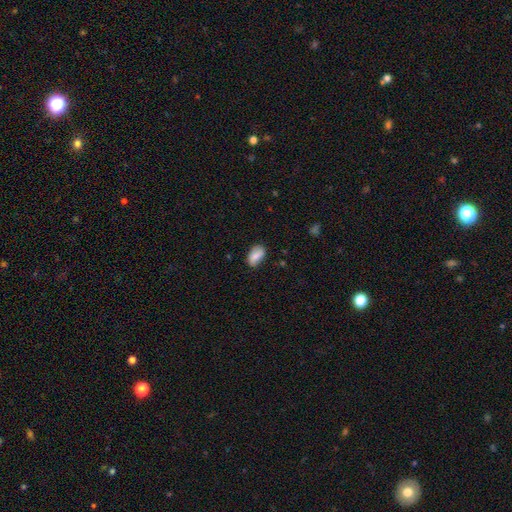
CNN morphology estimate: Smooth or featured? smooth (80%)
How rounded? in between (92%)
Merging? none (75%)